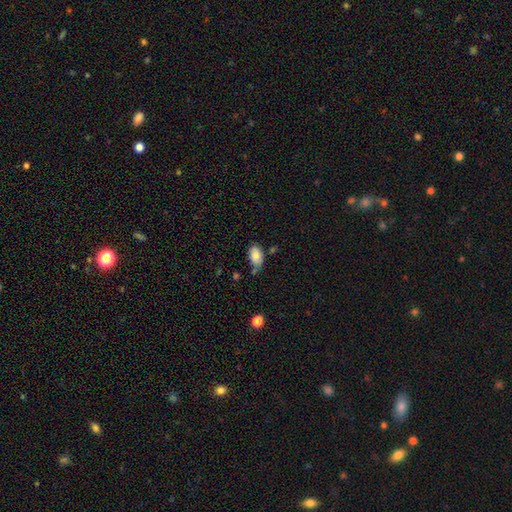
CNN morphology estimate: smooth-or-featured: smooth: 83% | featured or disk: 9% | star or artifact: 8%
  how-rounded: in between: 93% | round: 6% | cigar-shaped: 2%
  merging: none: 55% | minor disturbance: 28% | merger: 10% | major disturbance: 6%